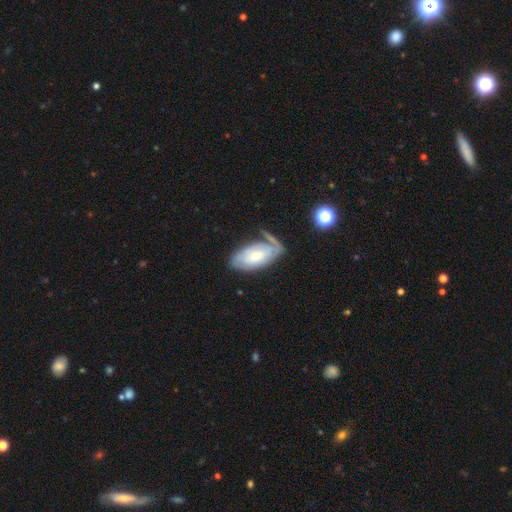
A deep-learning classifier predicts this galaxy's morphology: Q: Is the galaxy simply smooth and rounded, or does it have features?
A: featured or disk — 48%.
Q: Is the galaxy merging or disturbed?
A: none — 53%.